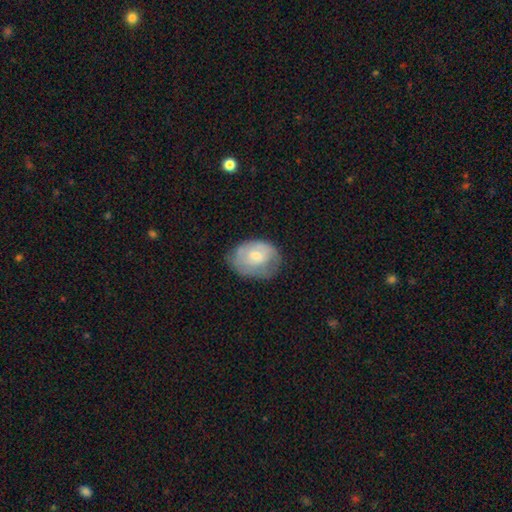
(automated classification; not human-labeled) Smooth or featured?
  - smooth: 57% *
  - featured or disk: 37%
  - star or artifact: 7%
How rounded?
  - in between: 67% *
  - round: 32%
  - cigar-shaped: 1%
Merging?
  - none: 56% *
  - minor disturbance: 30%
  - major disturbance: 12%
  - merger: 2%